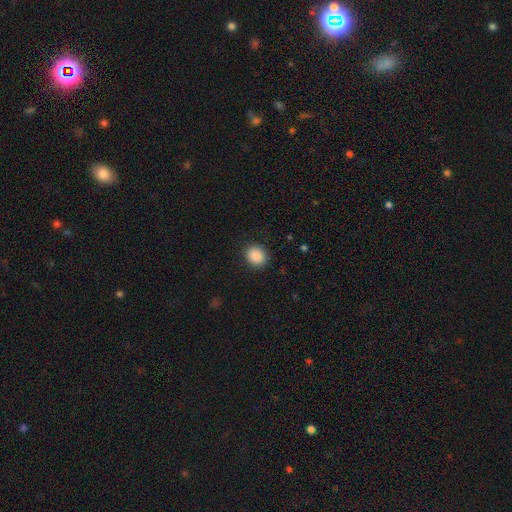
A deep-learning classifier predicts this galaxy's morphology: Smooth or featured? smooth (88%)
How rounded? round (72%)
Merging? none (89%)